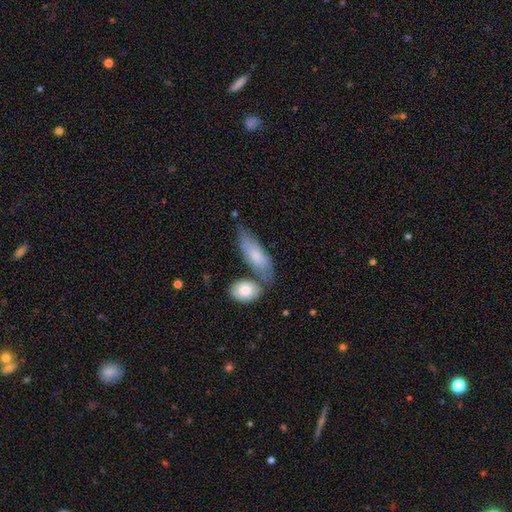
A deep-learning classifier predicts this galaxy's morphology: Q: Smooth or featured?
A: smooth (67%); runner-up: featured or disk (27%)
Q: How rounded?
A: in between (62%); runner-up: cigar-shaped (35%)
Q: Merging?
A: none (51%); runner-up: merger (23%)